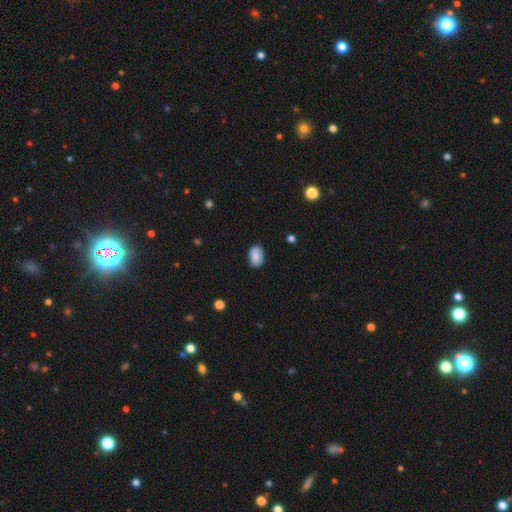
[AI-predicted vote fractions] Smooth or featured: smooth — 88% (star or artifact — 7%)
How rounded: in between — 90% (round — 9%)
Merging: none — 85% (minor disturbance — 12%)